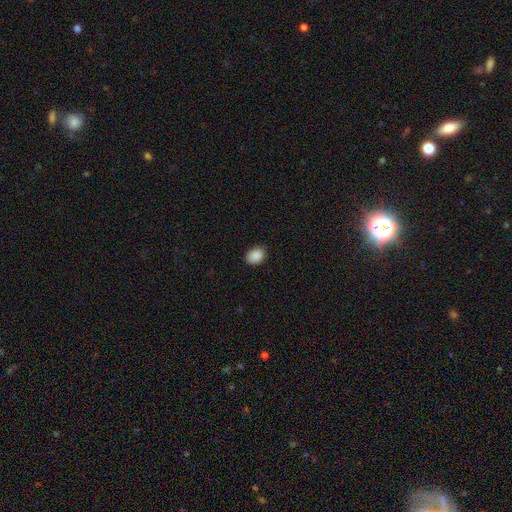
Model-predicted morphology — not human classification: This appears to be a smooth galaxy with no disk features (89%) that is in between round and cigar-shaped (65%). Merging: none (81%).